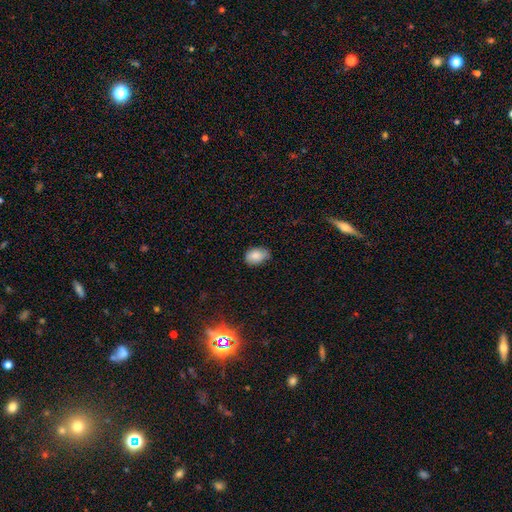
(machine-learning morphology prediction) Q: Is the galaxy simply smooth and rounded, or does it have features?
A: smooth — 84%.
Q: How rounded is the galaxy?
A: in between — 78%.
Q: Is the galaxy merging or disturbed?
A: none — 64%.